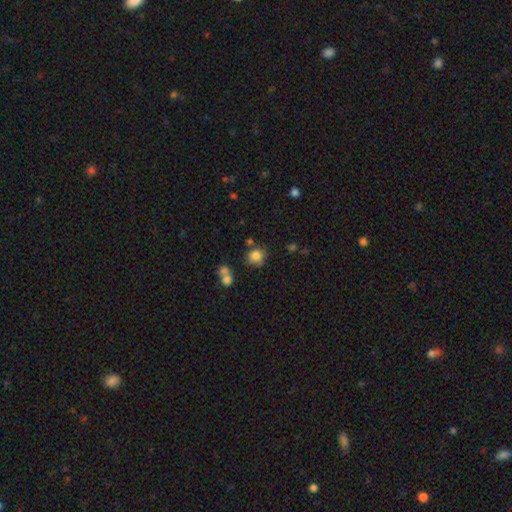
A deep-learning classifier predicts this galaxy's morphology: A smooth galaxy with no disk features (83%) that is round (84%).

Vote fractions:
- Smooth or featured? smooth: 83% / star or artifact: 11% / featured or disk: 7%
- How rounded? round: 84% / in between: 15% / cigar-shaped: 1%
- Merging? none: 73% / minor disturbance: 14% / merger: 9% / major disturbance: 4%